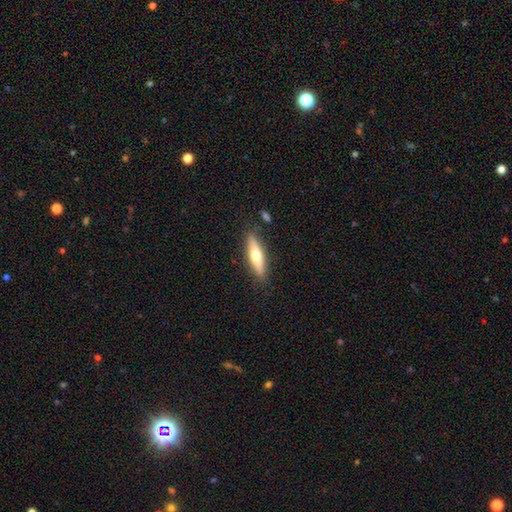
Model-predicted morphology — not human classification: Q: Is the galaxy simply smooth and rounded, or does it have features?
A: smooth — 57%.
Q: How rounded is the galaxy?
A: cigar-shaped — 69%.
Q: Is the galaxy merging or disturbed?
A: none — 85%.